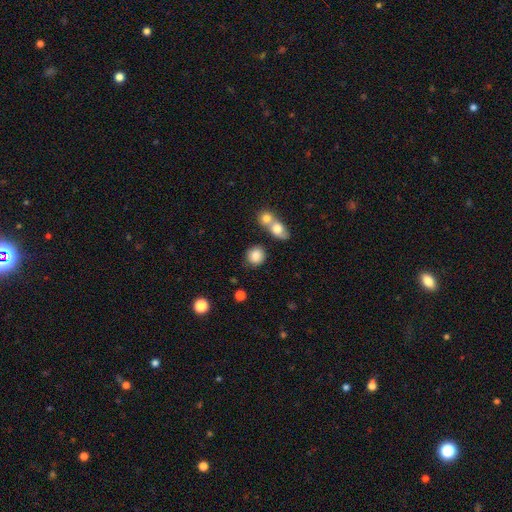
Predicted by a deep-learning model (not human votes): Smooth or featured: smooth — 83% (star or artifact — 9%)
How rounded: round — 81% (in between — 18%)
Merging: none — 70% (merger — 14%)